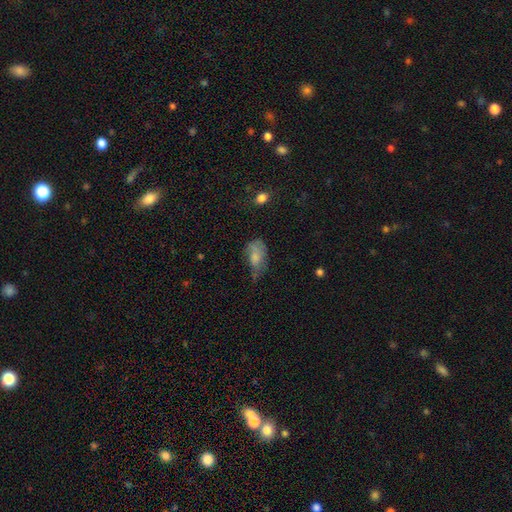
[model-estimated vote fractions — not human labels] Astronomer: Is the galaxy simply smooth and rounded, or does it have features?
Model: smooth — 65%.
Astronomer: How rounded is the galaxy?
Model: in between — 88%.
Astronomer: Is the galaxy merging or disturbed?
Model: minor disturbance — 35% (runner-up: major disturbance, 32%).